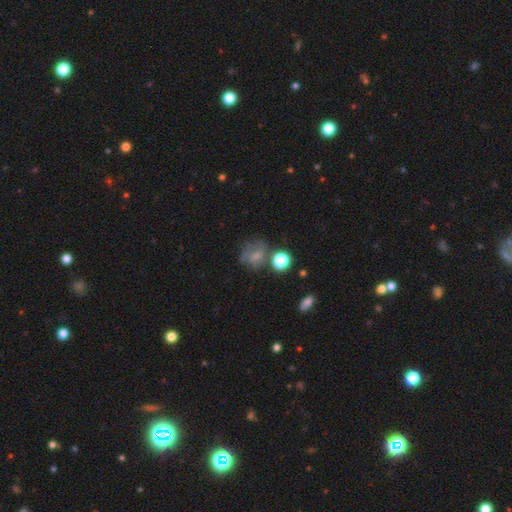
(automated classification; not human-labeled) The model was most divided on "merging": none: 45%, minor disturbance: 23%, major disturbance: 19%, merger: 13%. More confident: how rounded — round (65%); smooth or featured — smooth (61%).